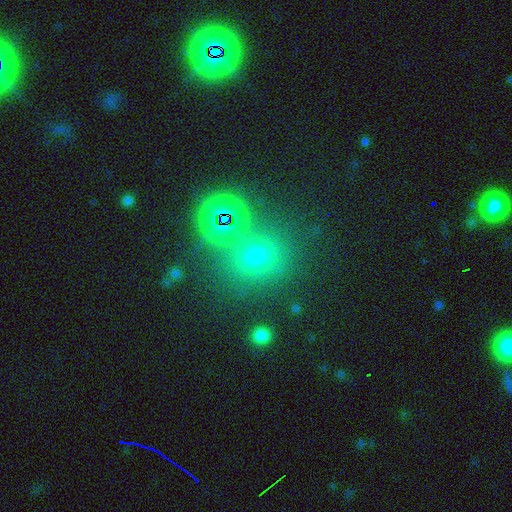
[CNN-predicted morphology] smooth_or_featured: smooth (p=0.51) [alt: star or artifact p=0.41]
how_rounded: round (p=0.79) [alt: in between p=0.20]
merging: none (p=0.77) [alt: merger p=0.10]